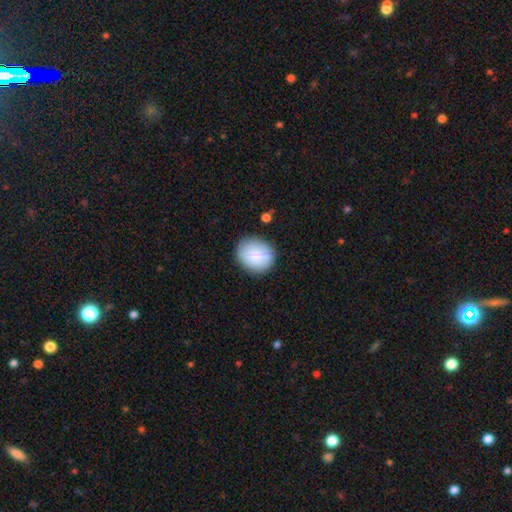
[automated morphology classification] A smooth galaxy with no disk features (82%) that is round (65%). Merging: none (81%).